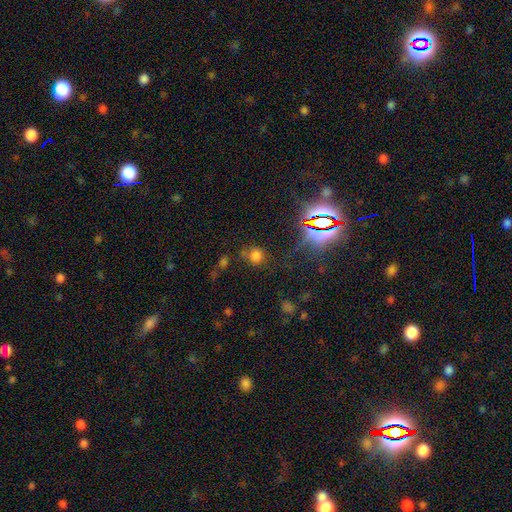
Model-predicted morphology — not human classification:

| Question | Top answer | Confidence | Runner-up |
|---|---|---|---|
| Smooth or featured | smooth | 62% | star or artifact (30%) |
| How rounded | round | 79% | in between (19%) |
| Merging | none | 65% | minor disturbance (17%) |